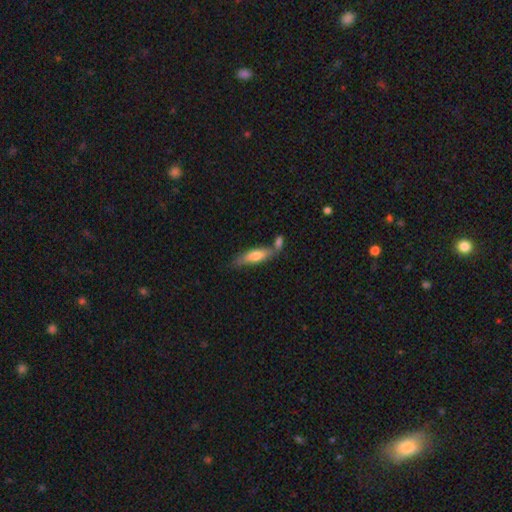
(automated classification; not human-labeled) smooth 63%, featured or disk 31%, star or artifact 6%. Down the decision tree: how rounded — cigar-shaped (58%); merging — none (52%).